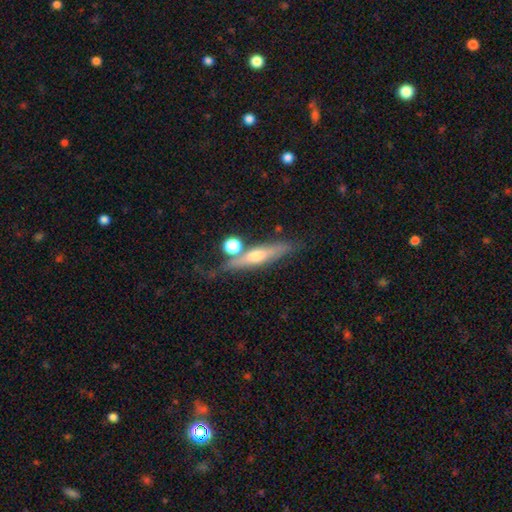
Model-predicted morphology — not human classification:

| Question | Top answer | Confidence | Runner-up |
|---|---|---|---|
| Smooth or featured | featured or disk | 62% | smooth (29%) |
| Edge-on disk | yes | 89% | no (11%) |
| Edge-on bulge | rounded | 83% | none (11%) |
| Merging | none | 62% | minor disturbance (17%) |